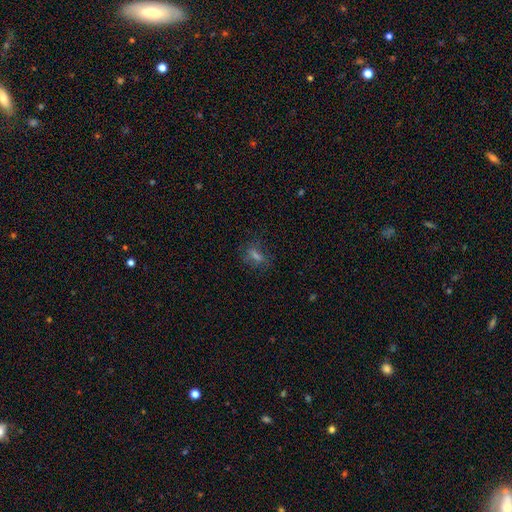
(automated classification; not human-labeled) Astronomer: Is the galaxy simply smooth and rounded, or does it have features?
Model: smooth — 45% (runner-up: star or artifact, 31%).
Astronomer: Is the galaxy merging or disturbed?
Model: none — 71%.